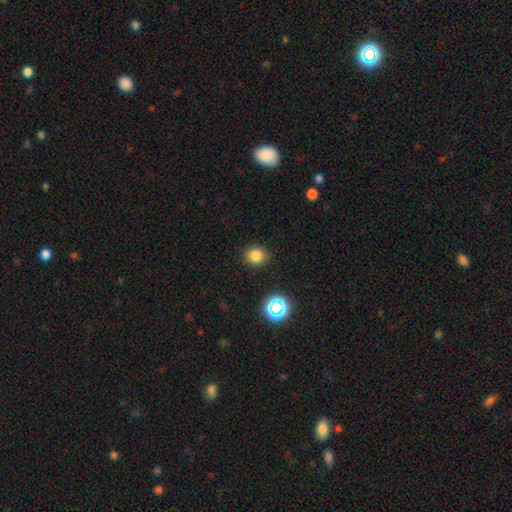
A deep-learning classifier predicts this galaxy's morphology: smooth 79%, star or artifact 15%, featured or disk 5%. Down the decision tree: how rounded — round (83%); merging — none (87%).